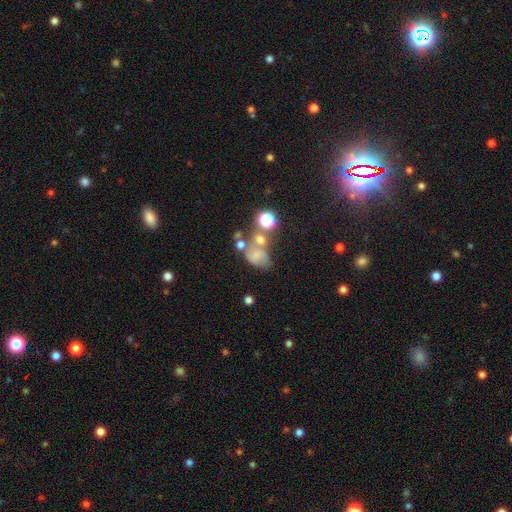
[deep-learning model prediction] Smooth or featured: smooth — 42% (featured or disk — 38%)
Merging: merger — 36% (none — 25%)